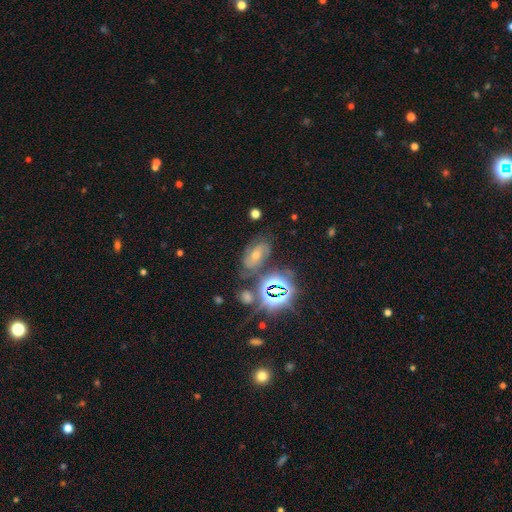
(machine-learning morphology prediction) Smooth or featured? Predicted: featured or disk (p=0.41). Merging? Predicted: none (p=0.62).